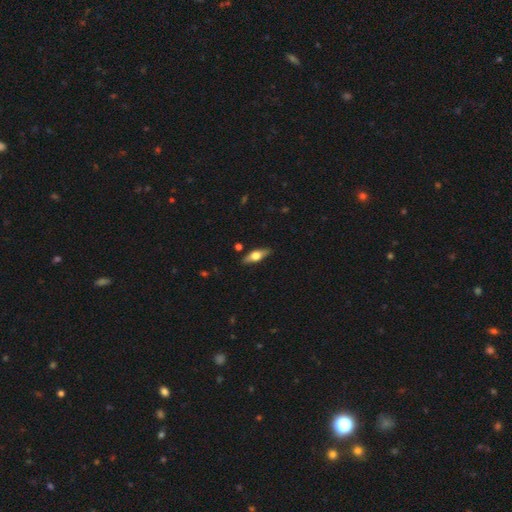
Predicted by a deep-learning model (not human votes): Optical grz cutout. It shows a featured or disk galaxy (48%). Merging: none (87%).